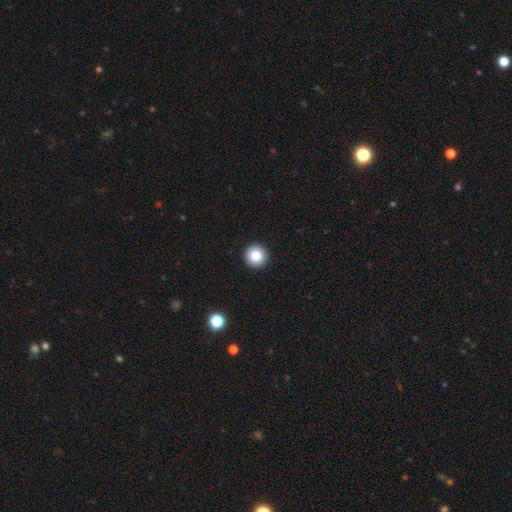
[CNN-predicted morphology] This is clearly a smooth galaxy (84%). How rounded: clearly round (96%). Merging: clearly none (94%).